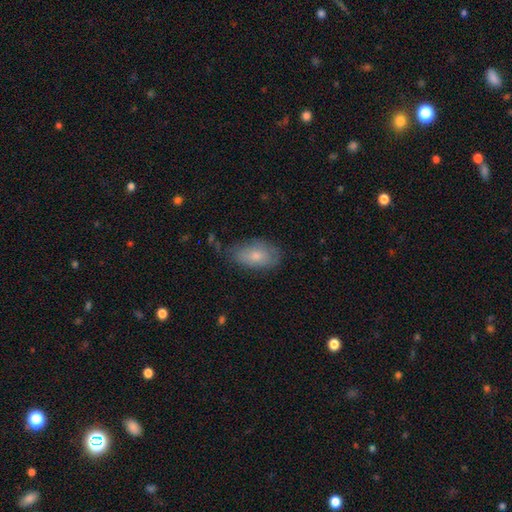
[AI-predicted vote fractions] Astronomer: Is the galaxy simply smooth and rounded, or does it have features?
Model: smooth — 73%.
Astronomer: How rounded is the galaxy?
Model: in between — 92%.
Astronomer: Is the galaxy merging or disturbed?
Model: none — 60%.